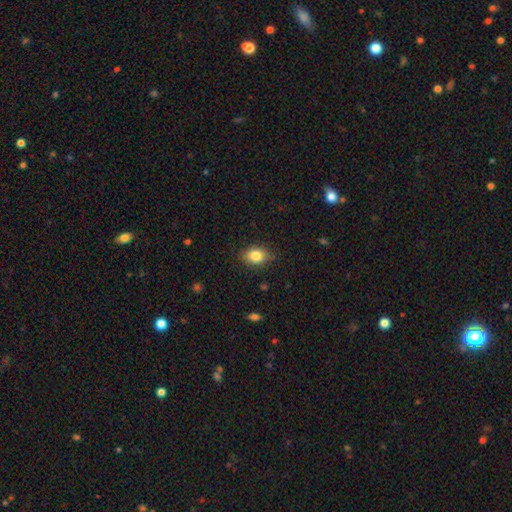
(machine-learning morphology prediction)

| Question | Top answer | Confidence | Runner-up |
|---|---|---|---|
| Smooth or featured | smooth | 84% | star or artifact (9%) |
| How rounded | in between | 70% | round (29%) |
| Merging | none | 83% | minor disturbance (14%) |